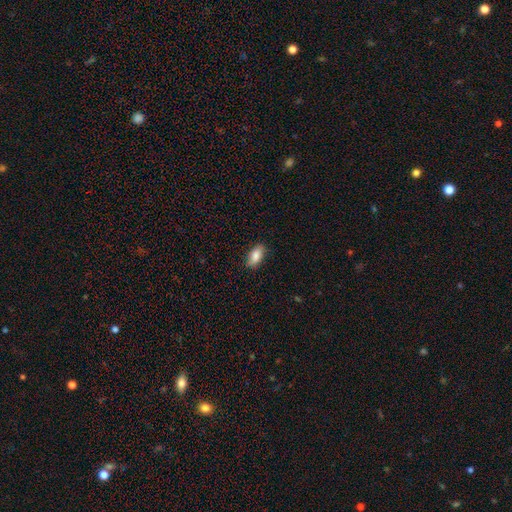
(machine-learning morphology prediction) smooth-or-featured: smooth: 85% | featured or disk: 9% | star or artifact: 7%
  how-rounded: in between: 90% | cigar-shaped: 7% | round: 3%
  merging: none: 86% | minor disturbance: 11% | major disturbance: 2% | merger: 1%